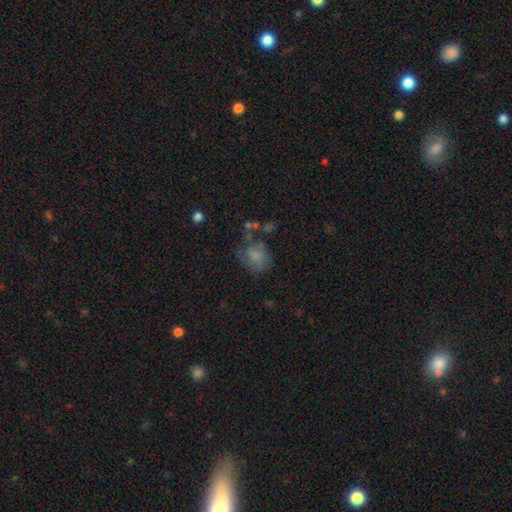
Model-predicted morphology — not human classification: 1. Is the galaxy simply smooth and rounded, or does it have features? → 71% smooth, 18% featured or disk, 11% star or artifact.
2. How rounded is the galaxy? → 50% round, 49% in between, 1% cigar-shaped.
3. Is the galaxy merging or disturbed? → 44% none, 26% minor disturbance, 22% major disturbance, 8% merger.